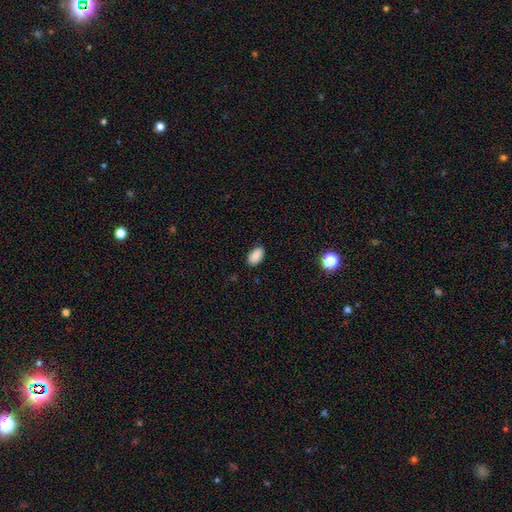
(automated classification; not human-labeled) Smooth or featured? smooth (88%)
How rounded? in between (92%)
Merging? none (85%)